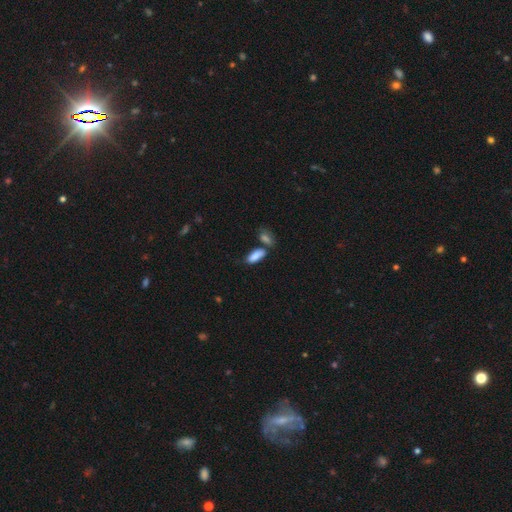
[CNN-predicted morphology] Smooth or featured: smooth — 85% (featured or disk — 8%)
How rounded: in between — 83% (cigar-shaped — 14%)
Merging: none — 53% (merger — 23%)